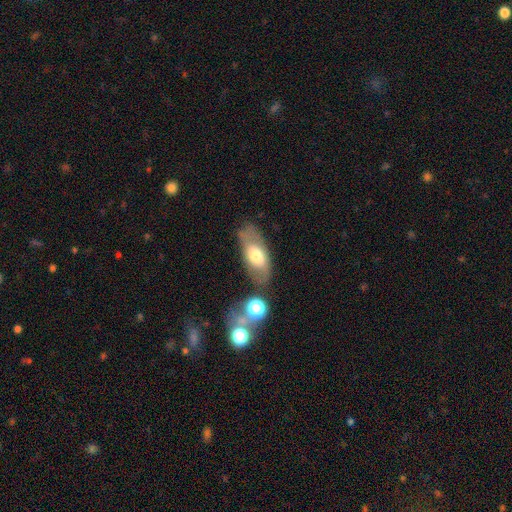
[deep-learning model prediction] Smooth or featured? Predicted: smooth (p=0.58). How rounded? Predicted: in between (p=0.85). Merging? Predicted: none (p=0.67).